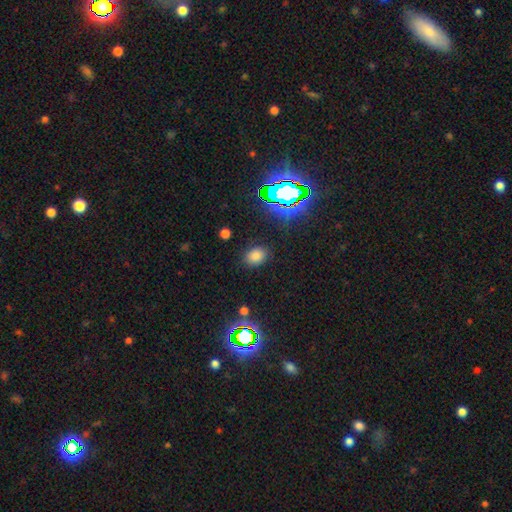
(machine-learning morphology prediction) smooth_or_featured: smooth (p=0.75) [alt: star or artifact p=0.19]
how_rounded: in between (p=0.61) [alt: round p=0.38]
merging: none (p=0.85) [alt: minor disturbance p=0.10]